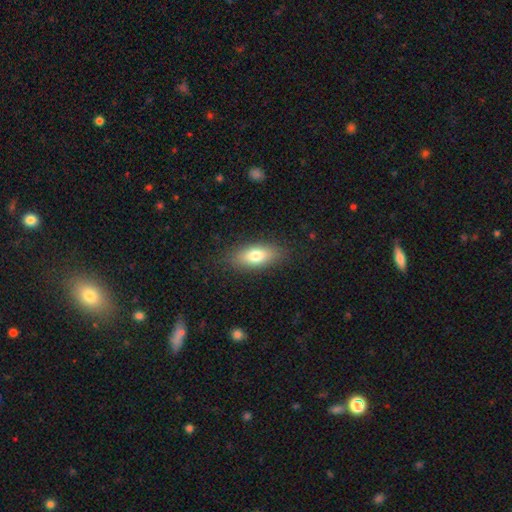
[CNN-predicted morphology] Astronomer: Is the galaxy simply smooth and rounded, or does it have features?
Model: smooth — 76%.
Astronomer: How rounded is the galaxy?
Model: in between — 78%.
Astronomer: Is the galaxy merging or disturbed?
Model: none — 86%.